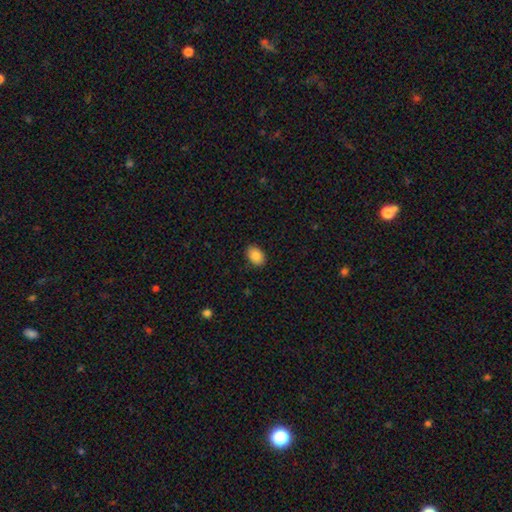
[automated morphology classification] Smooth or featured? Predicted: smooth (p=0.86). How rounded? Predicted: in between (p=0.83). Merging? Predicted: none (p=0.89).